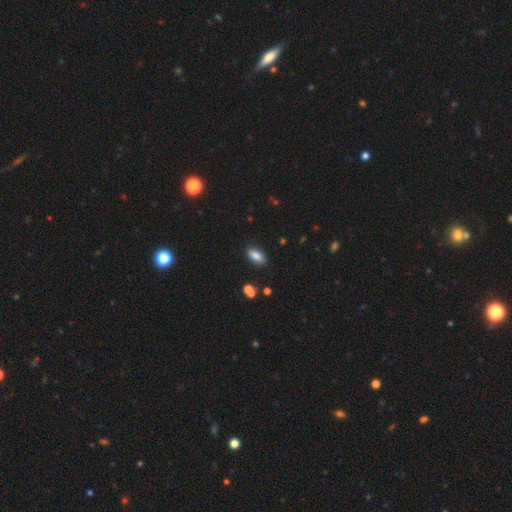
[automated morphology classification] type=smooth (85%); roundness=in between (89%); merging=none (86%).